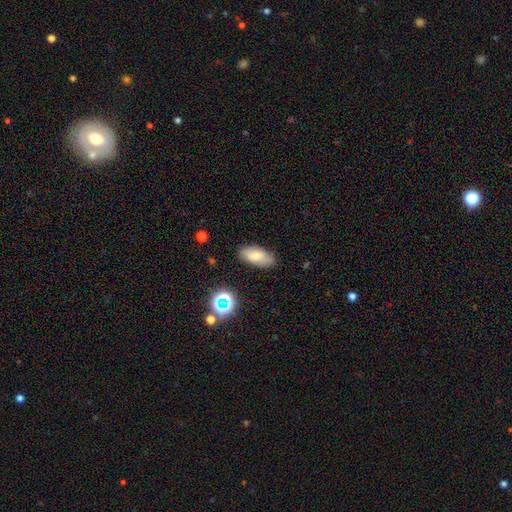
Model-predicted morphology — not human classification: type=smooth (71%); roundness=in between (90%); merging=none (81%).